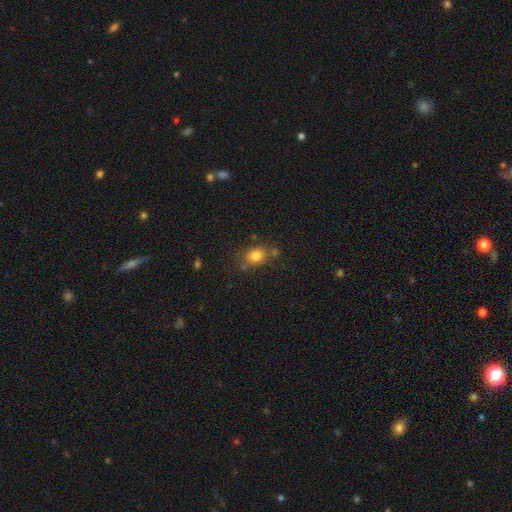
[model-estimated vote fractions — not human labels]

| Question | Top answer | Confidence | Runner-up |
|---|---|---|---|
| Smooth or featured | smooth | 80% | star or artifact (12%) |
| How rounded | in between | 50% | round (49%) |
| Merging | none | 67% | minor disturbance (16%) |